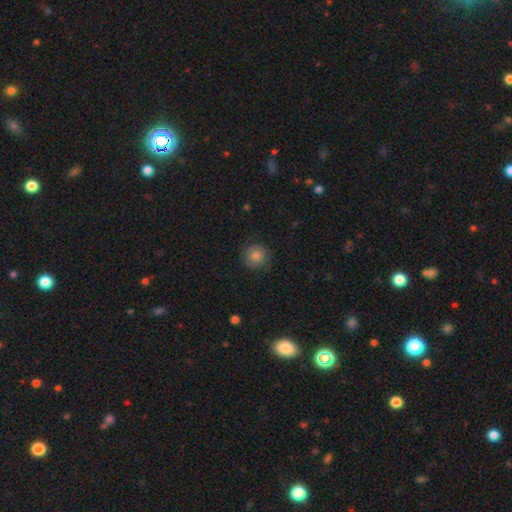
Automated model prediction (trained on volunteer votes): A smooth galaxy with no disk features (73%) that is round (93%).

Vote fractions:
- Smooth or featured? smooth: 73% / featured or disk: 15% / star or artifact: 11%
- How rounded? round: 93% / in between: 6% / cigar-shaped: 1%
- Merging? none: 84% / minor disturbance: 12% / major disturbance: 4% / merger: 1%